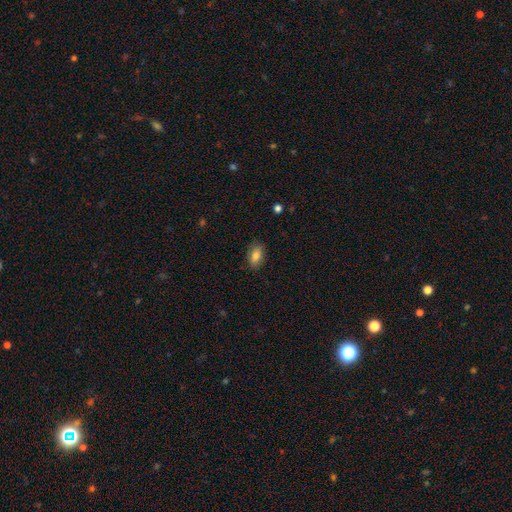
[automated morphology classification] Overall: smooth (82%). How rounded: in between (88%). Merging: none (85%).